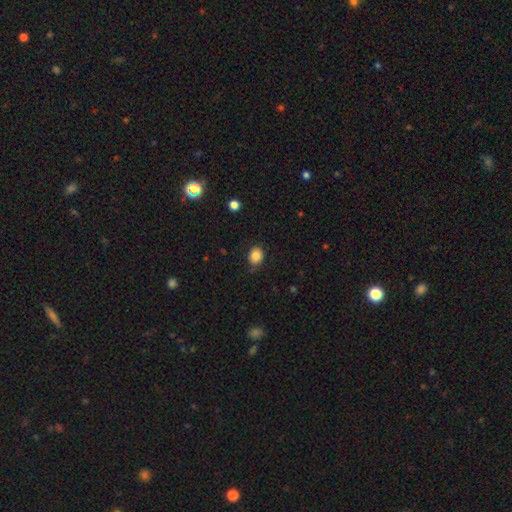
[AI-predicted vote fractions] This is clearly a smooth galaxy (83%). How rounded: likely round (61%). Merging: clearly none (80%).